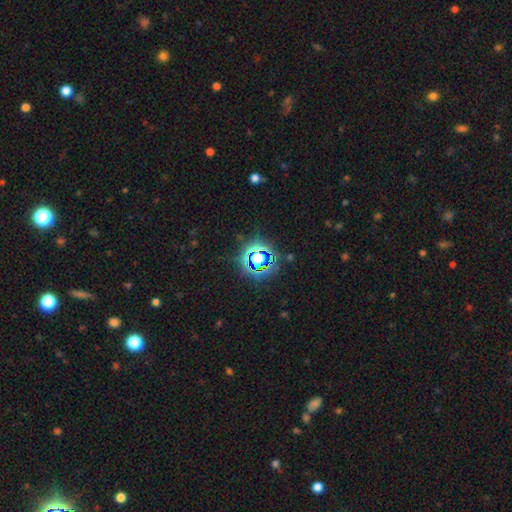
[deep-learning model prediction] Smooth or featured?
  - star or artifact: 67% *
  - smooth: 22%
  - featured or disk: 11%